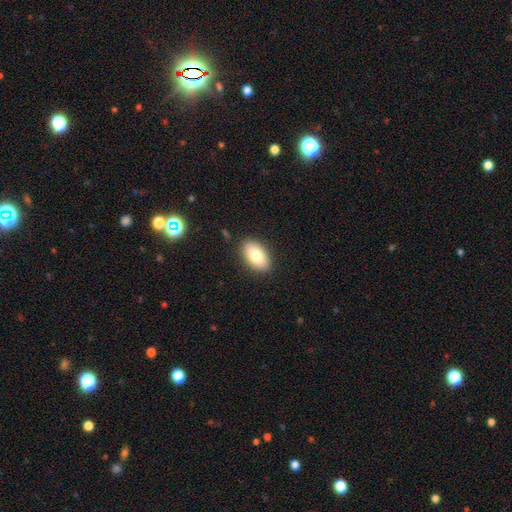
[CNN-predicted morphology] A smooth galaxy with no disk features (80%) that is in between round and cigar-shaped (93%). Merging: none (88%).